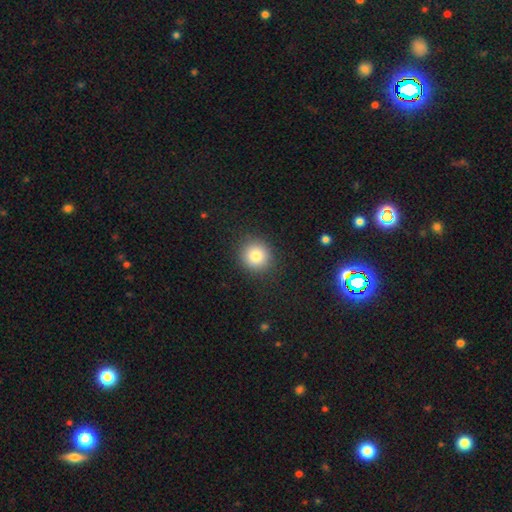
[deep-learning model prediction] smooth_or_featured: smooth (p=0.82) [alt: star or artifact p=0.10]
how_rounded: round (p=0.91) [alt: in between p=0.08]
merging: none (p=0.90) [alt: minor disturbance p=0.07]